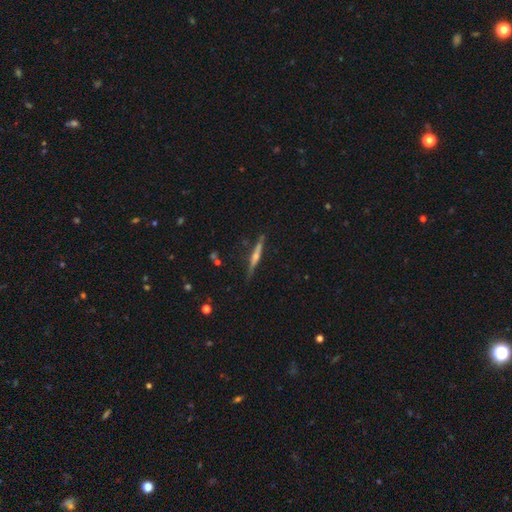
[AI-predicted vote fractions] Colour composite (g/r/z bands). It shows a featured or disk galaxy (65%) viewed edge-on (97%) with a rounded central bulge (73%). Merging: none (82%).